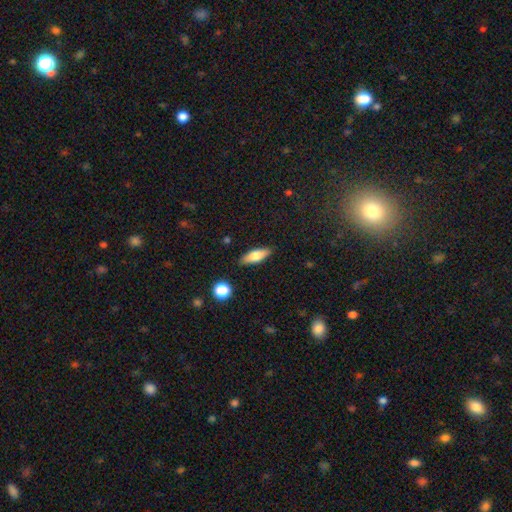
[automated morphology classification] A smooth galaxy with no disk features (70%) that is in between round and cigar-shaped (60%).

Vote fractions:
- Smooth or featured? smooth: 70% / featured or disk: 23% / star or artifact: 7%
- How rounded? in between: 60% / cigar-shaped: 37% / round: 3%
- Merging? none: 86% / minor disturbance: 10% / major disturbance: 2% / merger: 2%